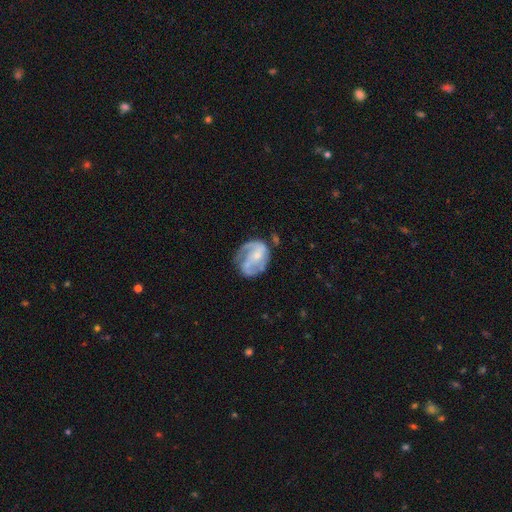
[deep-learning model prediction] A featured or disk galaxy (75%) with no bar (51%), 2 (56%) medium (44%) spiral arms (85%) and a small central bulge (59%). Merging: none (52%).